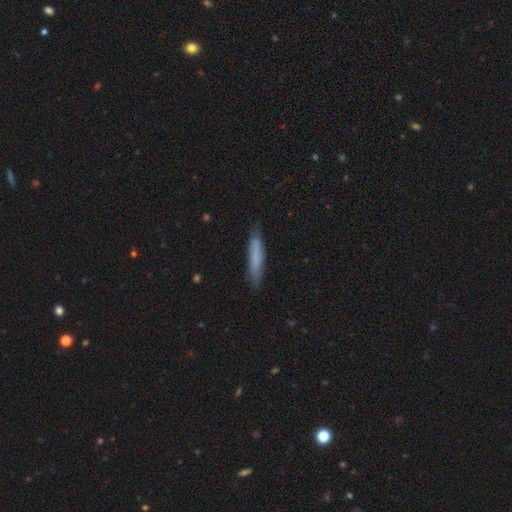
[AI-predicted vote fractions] Smooth or featured? smooth (71%)
How rounded? cigar-shaped (91%)
Merging? none (83%)